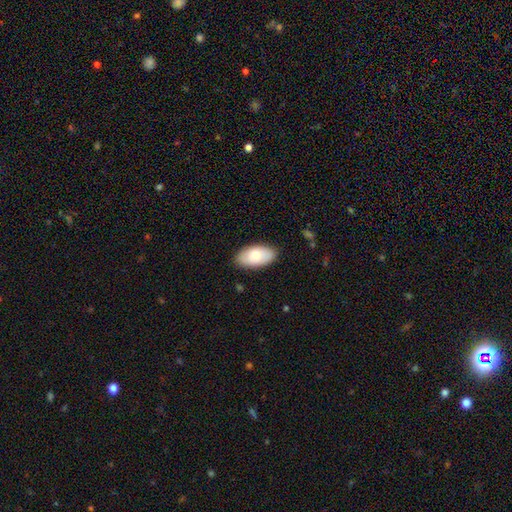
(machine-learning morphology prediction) The model was most divided on "smooth or featured": smooth: 78%, featured or disk: 16%, star or artifact: 6%. More confident: how rounded — in between (95%); merging — none (87%).